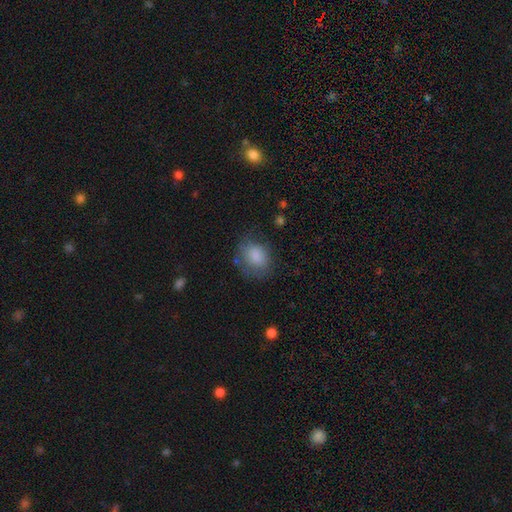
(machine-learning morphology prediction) Smooth or featured? Predicted: smooth (p=0.82). How rounded? Predicted: round (p=0.50). Merging? Predicted: none (p=0.59).